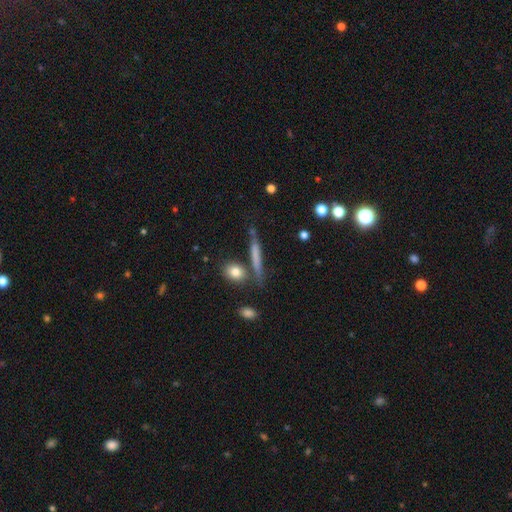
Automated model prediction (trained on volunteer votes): This is possibly a smooth galaxy (59%). How rounded: clearly cigar-shaped (88%). Merging: likely none (74%).